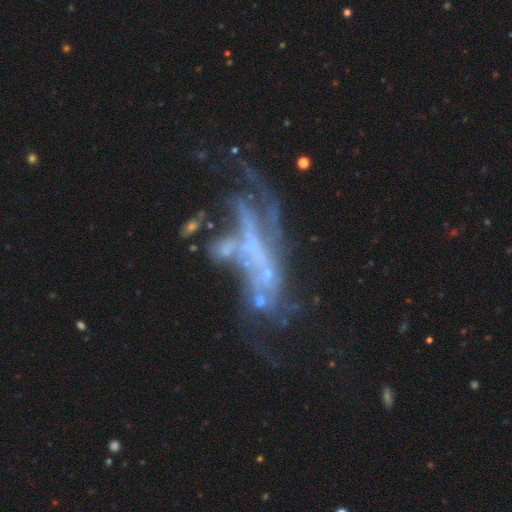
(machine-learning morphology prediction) Smooth or featured? featured or disk (70%)
Edge-on disk? no (83%)
Bar? no (69%)
Spiral arms? no (64%)
Bulge size? none (69%)
Merging? major disturbance (40%)